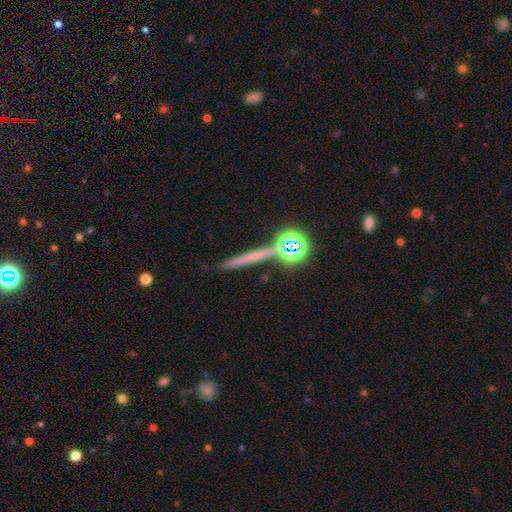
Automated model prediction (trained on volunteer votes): This is marginally a smooth galaxy (35%). Merging: likely none (77%).